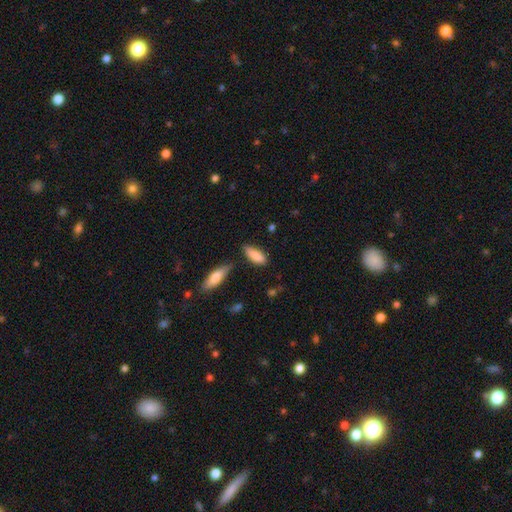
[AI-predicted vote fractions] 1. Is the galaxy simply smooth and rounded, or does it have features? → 86% smooth, 7% featured or disk, 6% star or artifact.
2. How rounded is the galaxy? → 72% in between, 26% cigar-shaped, 2% round.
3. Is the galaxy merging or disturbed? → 67% none, 22% minor disturbance, 6% merger, 4% major disturbance.